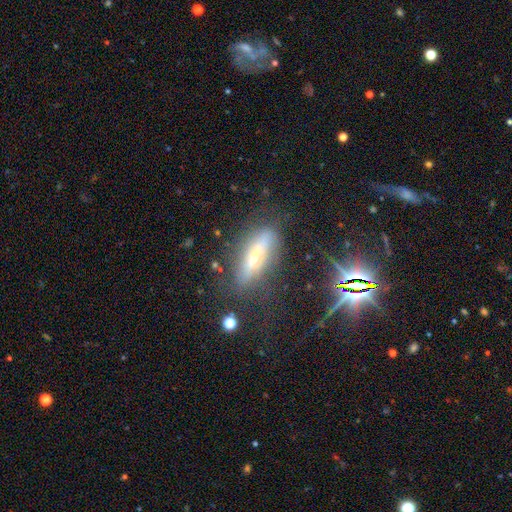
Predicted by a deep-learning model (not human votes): Smooth or featured: featured or disk — 47% (smooth — 41%)
Merging: none — 72% (minor disturbance — 18%)